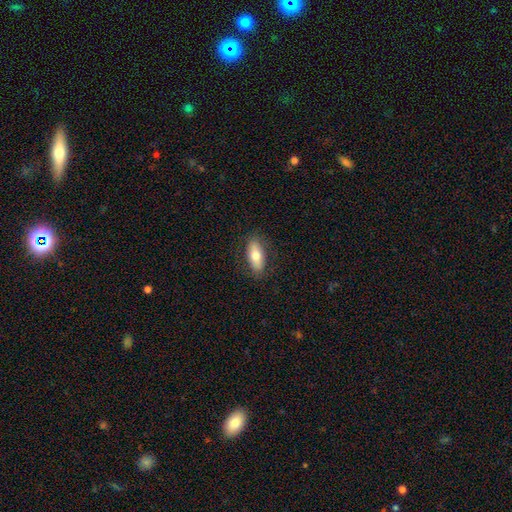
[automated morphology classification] smooth-or-featured: smooth: 71% | featured or disk: 23% | star or artifact: 6%
  how-rounded: in between: 80% | cigar-shaped: 17% | round: 3%
  merging: none: 85% | minor disturbance: 11% | major disturbance: 3% | merger: 1%